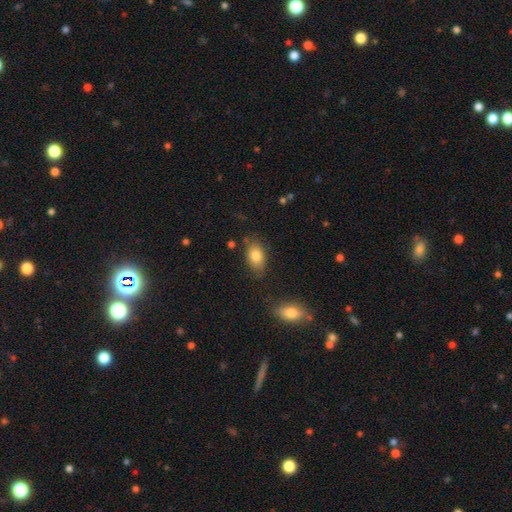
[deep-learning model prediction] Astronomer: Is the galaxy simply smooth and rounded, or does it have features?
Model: smooth — 81%.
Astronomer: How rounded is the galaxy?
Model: in between — 88%.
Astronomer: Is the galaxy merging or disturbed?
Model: none — 75%.